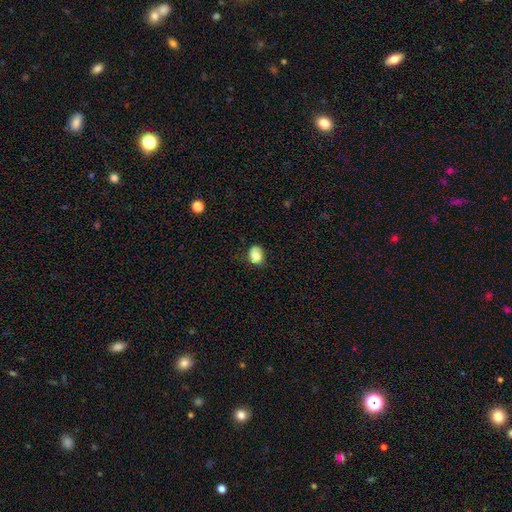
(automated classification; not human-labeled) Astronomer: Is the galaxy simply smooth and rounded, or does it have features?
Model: smooth — 81%.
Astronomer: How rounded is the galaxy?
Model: in between — 54% (runner-up: round, 45%).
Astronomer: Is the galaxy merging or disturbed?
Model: none — 57%.